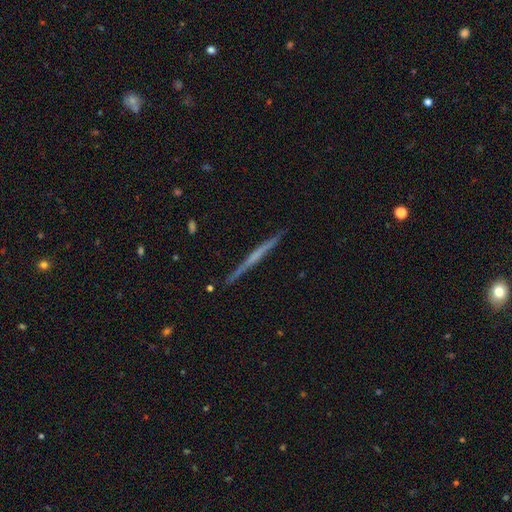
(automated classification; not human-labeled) Smooth or featured?
  - featured or disk: 63% *
  - smooth: 31%
  - star or artifact: 6%
Edge-on disk?
  - yes: 98% *
  - no: 2%
Edge-on bulge?
  - none: 80% *
  - rounded: 13%
  - boxy: 7%
Merging?
  - none: 91% *
  - minor disturbance: 7%
  - major disturbance: 1%
  - merger: 1%